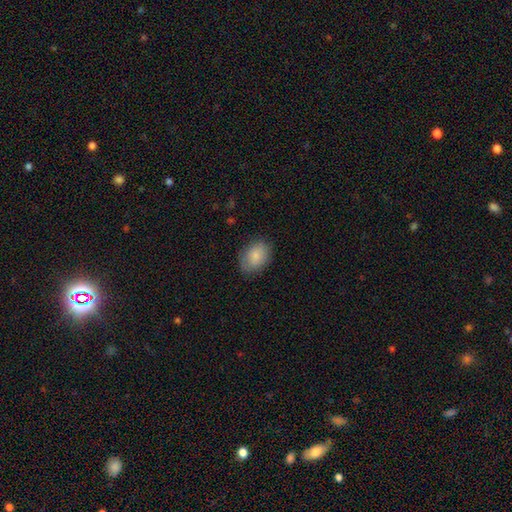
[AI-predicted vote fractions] This appears to be a smooth galaxy with no disk features (82%) that is in between round and cigar-shaped (71%). Merging: none (78%).